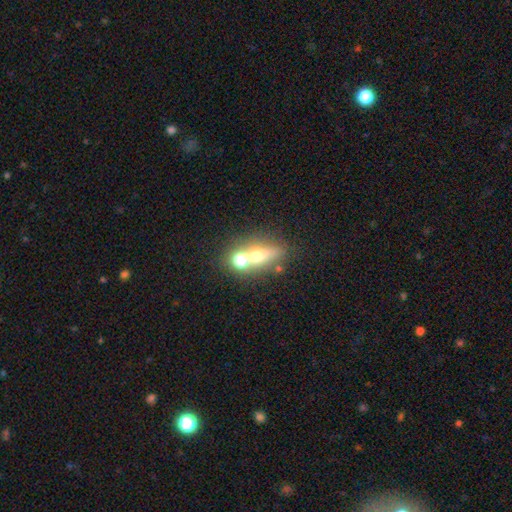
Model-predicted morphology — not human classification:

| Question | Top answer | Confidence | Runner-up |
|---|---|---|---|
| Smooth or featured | smooth | 53% | featured or disk (29%) |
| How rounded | in between | 48% | round (38%) |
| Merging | none | 47% | merger (36%) |